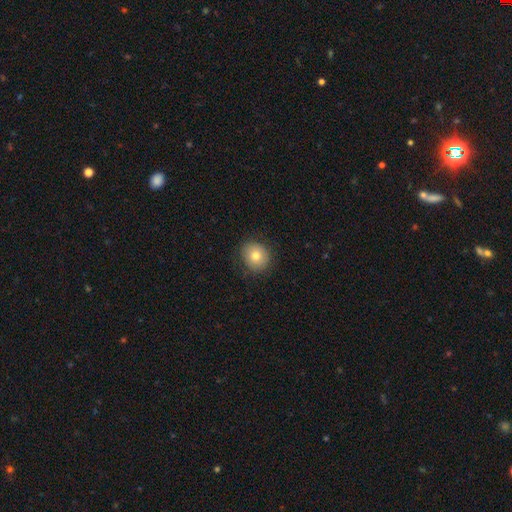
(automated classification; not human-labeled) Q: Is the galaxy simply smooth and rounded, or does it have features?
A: smooth — 77%.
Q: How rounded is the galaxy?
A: round — 81%.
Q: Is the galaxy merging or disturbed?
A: none — 85%.